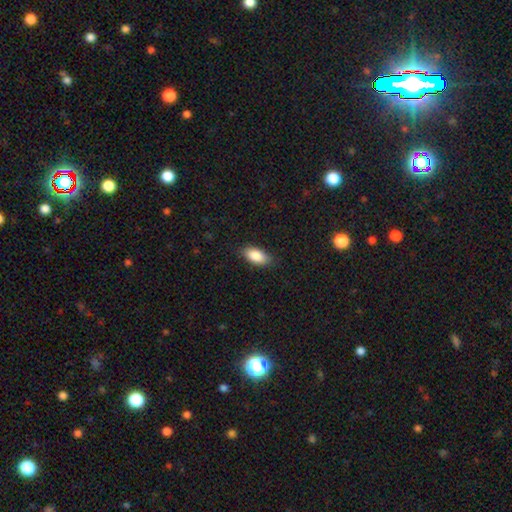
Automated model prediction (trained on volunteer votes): smooth-or-featured: smooth: 87% | star or artifact: 7% | featured or disk: 6%
  how-rounded: in between: 90% | cigar-shaped: 7% | round: 3%
  merging: none: 85% | minor disturbance: 11% | major disturbance: 2% | merger: 1%